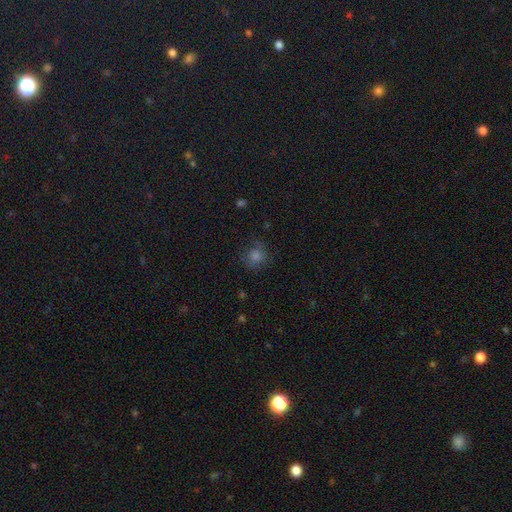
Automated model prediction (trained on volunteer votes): A smooth galaxy with no disk features (64%) that is round (83%).

Vote fractions:
- Smooth or featured? smooth: 64% / star or artifact: 23% / featured or disk: 14%
- How rounded? round: 83% / in between: 16% / cigar-shaped: 1%
- Merging? none: 71% / minor disturbance: 18% / major disturbance: 9% / merger: 2%